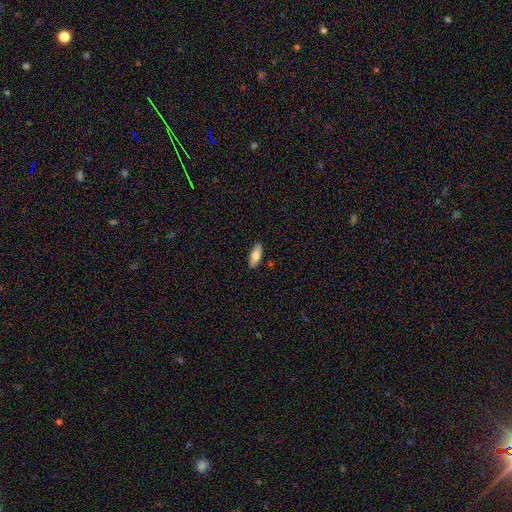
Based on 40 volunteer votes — This appears to be a smooth galaxy with no disk features (78%) that is in between round and cigar-shaped (74%). Merging: none (94%).